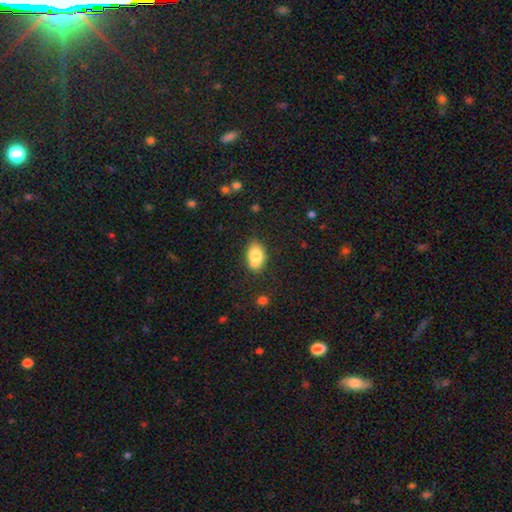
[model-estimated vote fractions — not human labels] A smooth galaxy with no disk features (77%) that is in between round and cigar-shaped (85%). Merging: none (58%).